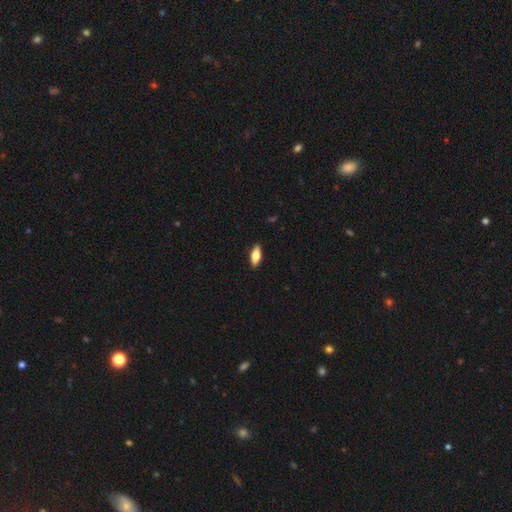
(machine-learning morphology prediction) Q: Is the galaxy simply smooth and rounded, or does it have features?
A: smooth — 67%.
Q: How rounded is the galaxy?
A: in between — 73%.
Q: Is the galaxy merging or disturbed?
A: none — 90%.